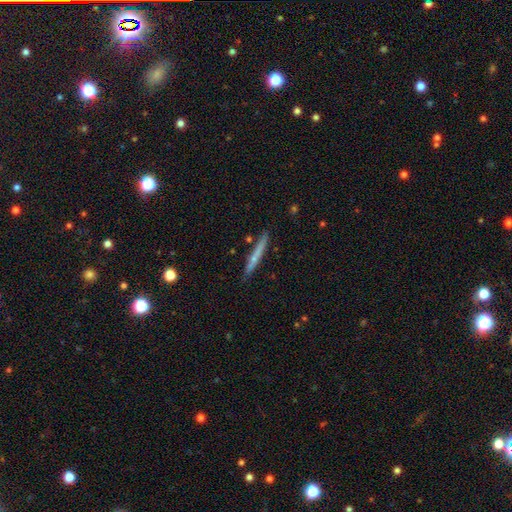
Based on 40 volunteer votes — featured or disk 52%, smooth 40%, star or artifact 8%. Down the decision tree: edge-on disk — yes (100%); edge-on bulge — none (57%); merging — none (81%).